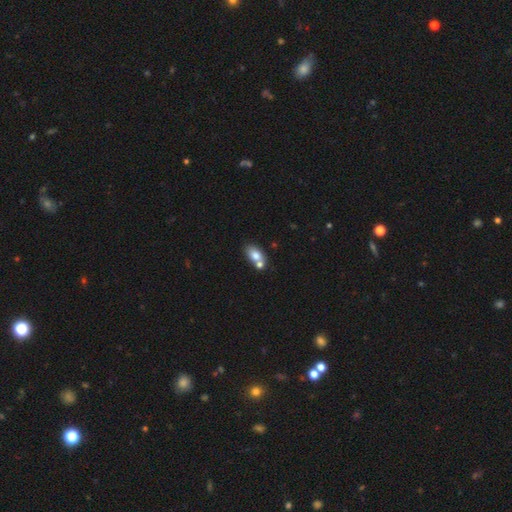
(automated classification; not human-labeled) smooth_or_featured: smooth (p=0.76) [alt: featured or disk p=0.15]
how_rounded: in between (p=0.85) [alt: round p=0.13]
merging: none (p=0.46) [alt: merger p=0.39]